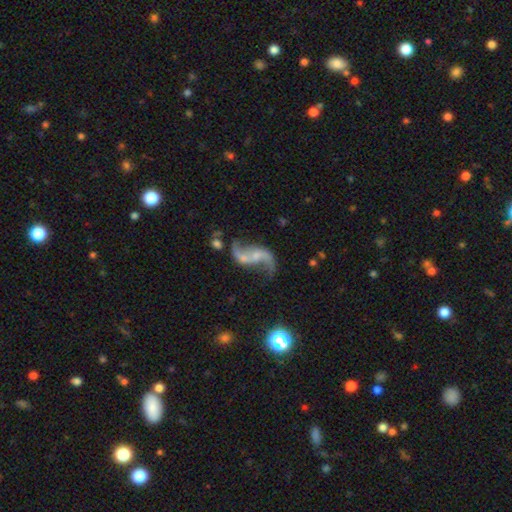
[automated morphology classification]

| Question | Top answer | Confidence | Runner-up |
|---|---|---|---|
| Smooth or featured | featured or disk | 88% | star or artifact (6%) |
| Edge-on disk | no | 97% | yes (3%) |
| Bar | no | 49% | weak (37%) |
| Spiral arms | yes | 95% | no (5%) |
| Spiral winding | loose | 91% | medium (7%) |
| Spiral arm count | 2 | 93% | 1 (2%) |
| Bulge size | small | 50% | none (29%) |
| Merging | none | 65% | minor disturbance (16%) |